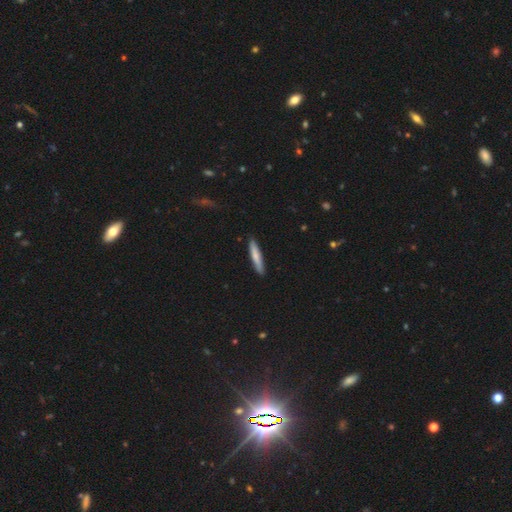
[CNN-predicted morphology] smooth_or_featured: smooth (p=0.73) [alt: featured or disk p=0.21]
how_rounded: cigar-shaped (p=0.91) [alt: in between p=0.07]
merging: none (p=0.90) [alt: minor disturbance p=0.08]